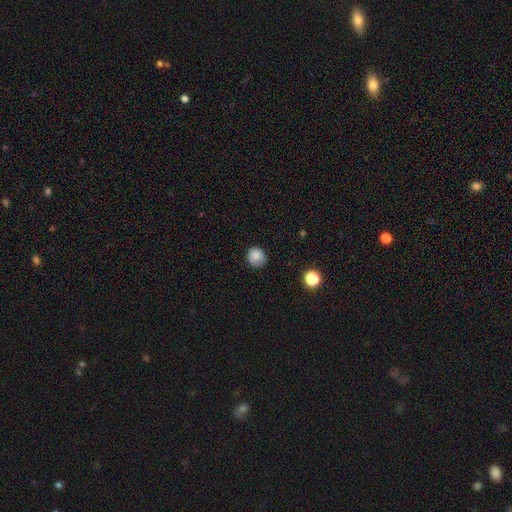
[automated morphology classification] A smooth galaxy with no disk features (83%) that is round (86%). Merging: none (81%).